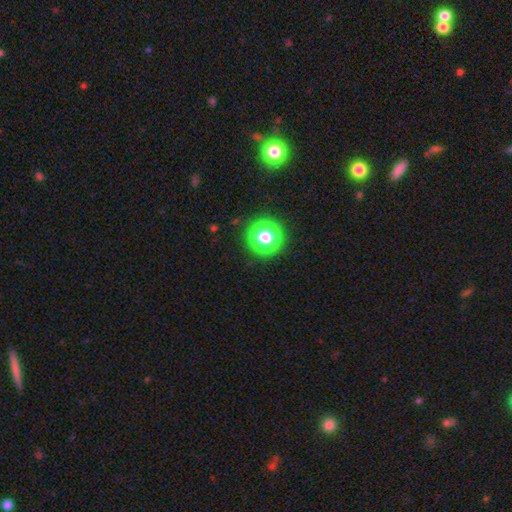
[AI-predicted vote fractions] Smooth or featured?
  - star or artifact: 66% *
  - smooth: 27%
  - featured or disk: 6%